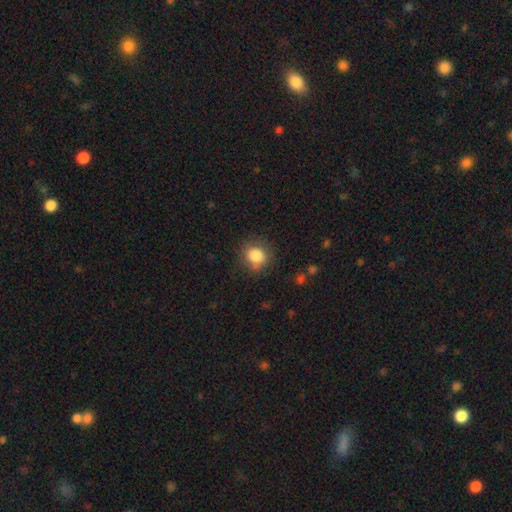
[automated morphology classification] Smooth or featured? smooth (84%)
How rounded? round (79%)
Merging? none (78%)